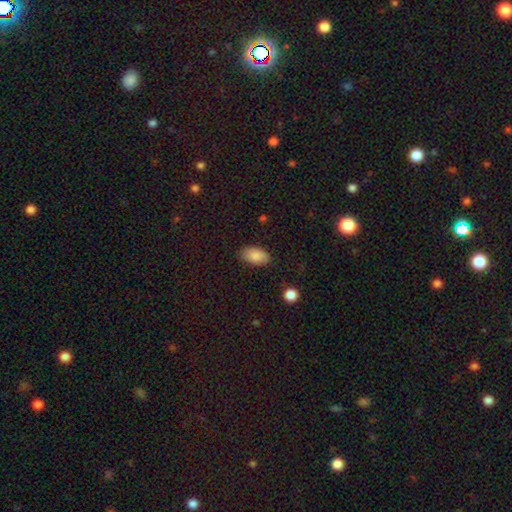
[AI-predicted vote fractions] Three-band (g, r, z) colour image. It shows a smooth galaxy with no disk features (87%) that is in between round and cigar-shaped (94%). Merging: none (84%).